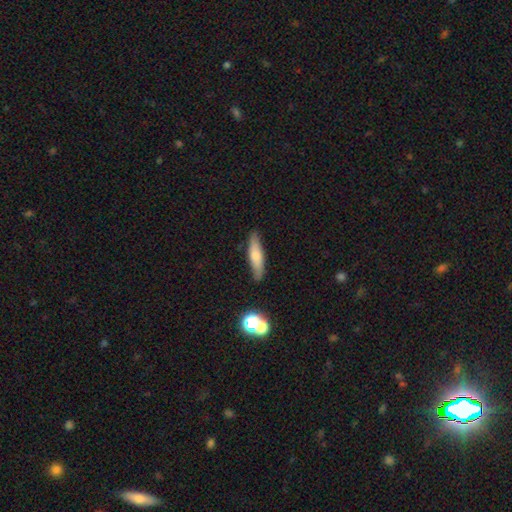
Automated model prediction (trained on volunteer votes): Overall: smooth (68%). How rounded: cigar-shaped (73%). Merging: none (84%).